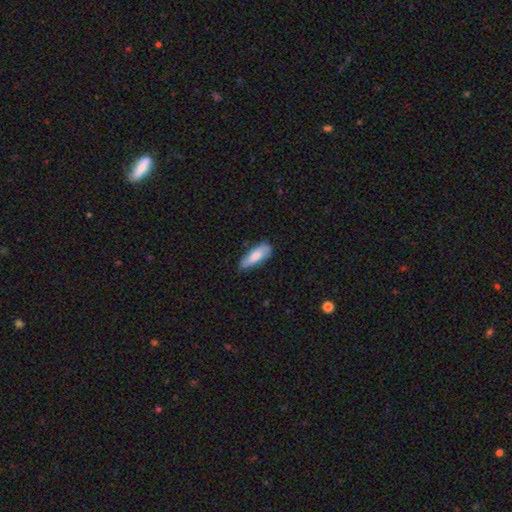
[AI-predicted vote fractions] This appears to be a smooth galaxy with no disk features (78%) that is in between round and cigar-shaped (62%). Merging: none (68%).